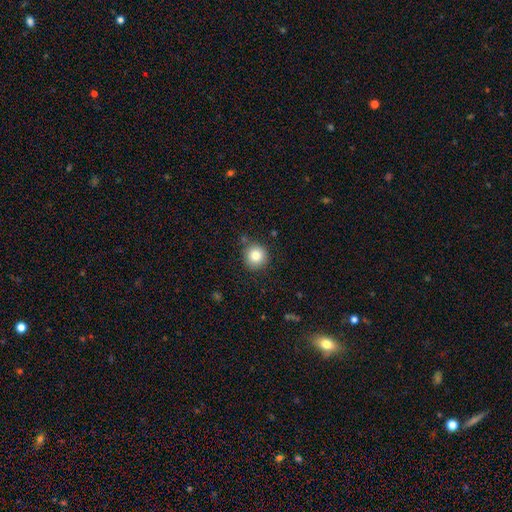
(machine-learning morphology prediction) Smooth or featured? smooth (81%)
How rounded? round (93%)
Merging? none (85%)